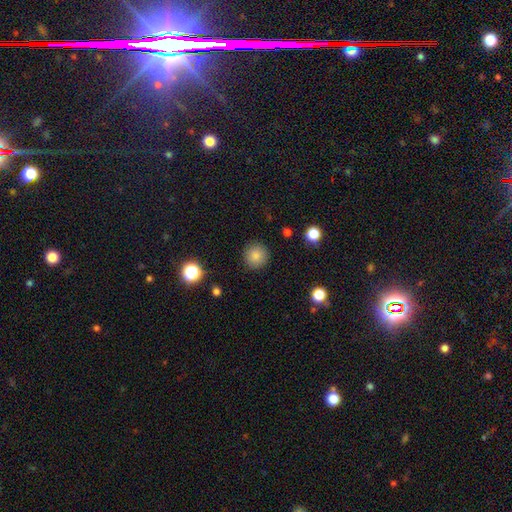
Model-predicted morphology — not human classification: Q: Smooth or featured?
A: smooth (84%); runner-up: star or artifact (11%)
Q: How rounded?
A: round (95%); runner-up: in between (4%)
Q: Merging?
A: none (90%); runner-up: minor disturbance (6%)